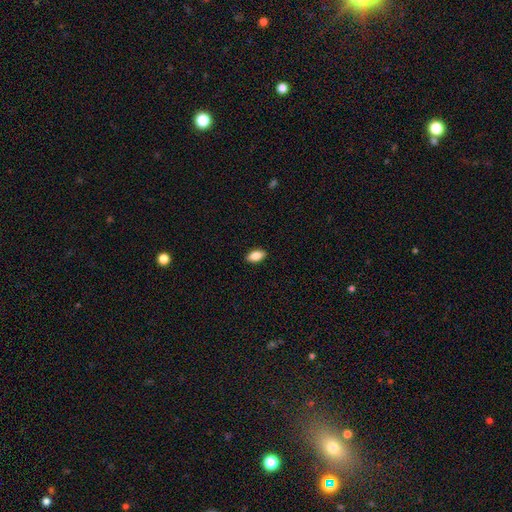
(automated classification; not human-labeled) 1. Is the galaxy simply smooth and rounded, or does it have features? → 87% smooth, 7% star or artifact, 6% featured or disk.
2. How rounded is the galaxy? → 92% in between, 5% round, 3% cigar-shaped.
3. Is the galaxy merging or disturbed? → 90% none, 7% minor disturbance, 2% major disturbance, 1% merger.